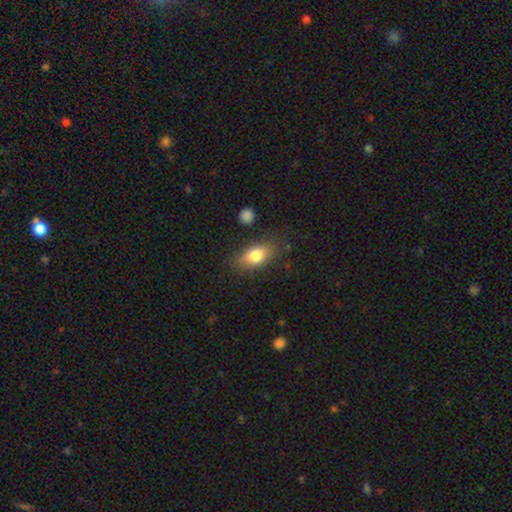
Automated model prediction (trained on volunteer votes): smooth 78%, featured or disk 14%, star or artifact 8%. Down the decision tree: how rounded — in between (85%); merging — none (78%).